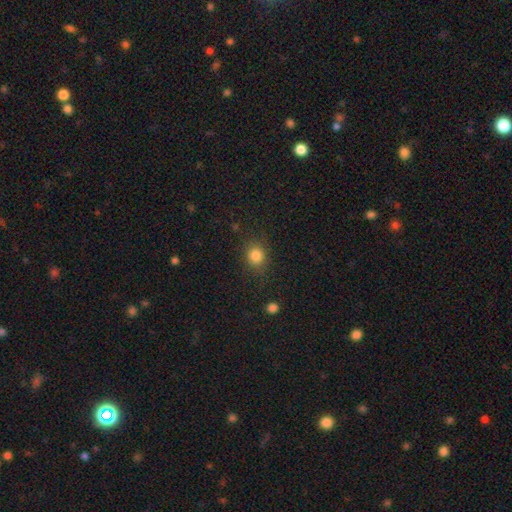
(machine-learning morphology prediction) Smooth or featured? smooth (83%)
How rounded? round (78%)
Merging? none (83%)